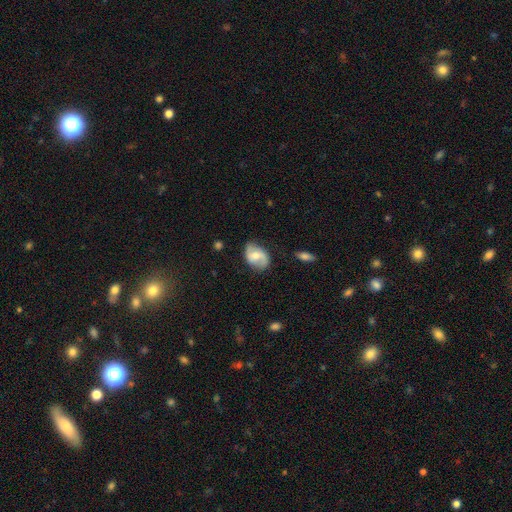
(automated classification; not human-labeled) A featured or disk galaxy (56%) with no bar (48%), spiral arms (84%) and a moderate central bulge (61%). Merging: none (70%).